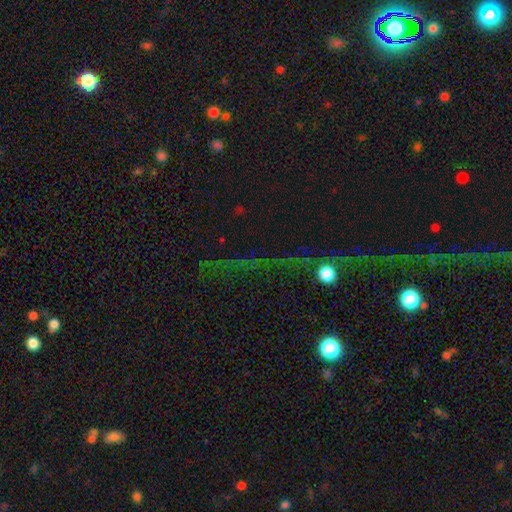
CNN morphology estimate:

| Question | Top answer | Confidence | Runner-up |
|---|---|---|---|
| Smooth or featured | star or artifact | 69% | smooth (19%) |